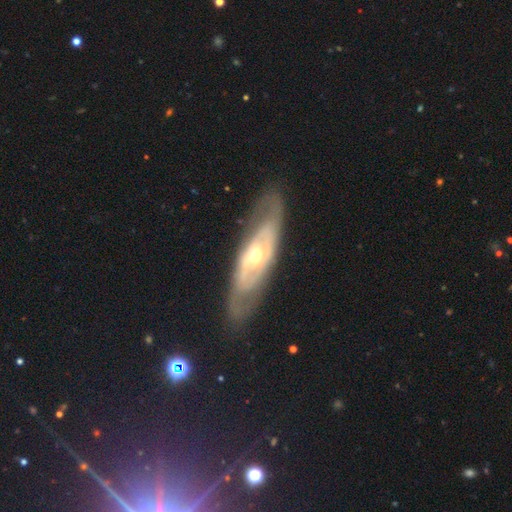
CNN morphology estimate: smooth-or-featured: featured or disk: 77% | smooth: 17% | star or artifact: 6%
  disk-edge-on: no: 79% | yes: 21%
    bar: no: 65% | weak: 24% | strong: 11%
    has-spiral-arms: yes: 60% | no: 40%
    bulge-size: small: 49% | moderate: 47% | large: 3% | dominant: 1% | none: 1%
  merging: none: 80% | minor disturbance: 13% | major disturbance: 6% | merger: 1%